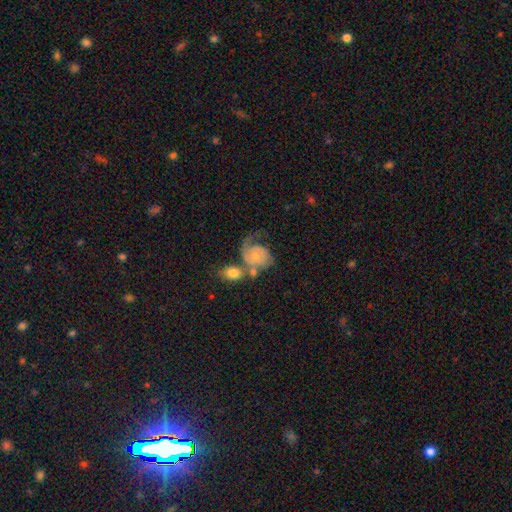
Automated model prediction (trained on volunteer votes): Morphology: type=featured or disk (70%); edge-on=no (98%); bar=no (74%); spiral arms=yes (89%); winding=medium (38%); arm count=1 (56%); bulge=small (60%); merging=merger (31%).